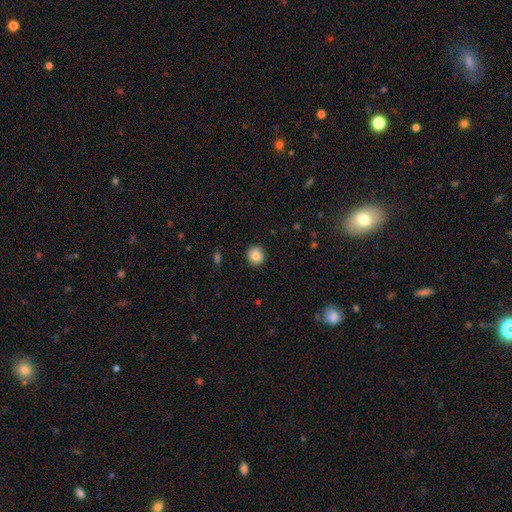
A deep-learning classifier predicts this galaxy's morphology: smooth_or_featured: smooth (p=0.84) [alt: star or artifact p=0.09]
how_rounded: round (p=0.88) [alt: in between p=0.11]
merging: none (p=0.90) [alt: minor disturbance p=0.07]